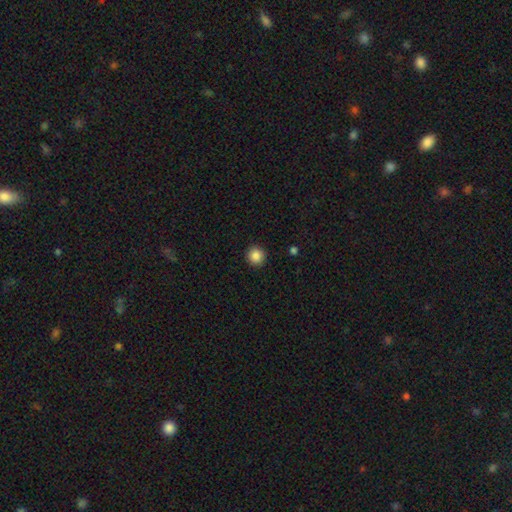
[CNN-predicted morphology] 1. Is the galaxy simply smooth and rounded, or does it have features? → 87% smooth, 9% star or artifact, 4% featured or disk.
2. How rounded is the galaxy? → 94% round, 5% in between, 1% cigar-shaped.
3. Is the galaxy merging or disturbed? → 92% none, 5% minor disturbance, 2% major disturbance, 1% merger.